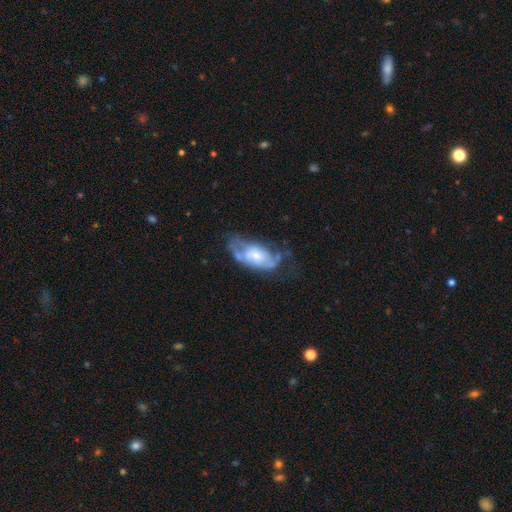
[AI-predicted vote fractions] A featured or disk galaxy (59%) with no bar (76%), spiral arms (54%) and a small central bulge (47%). Merging: none (34%).